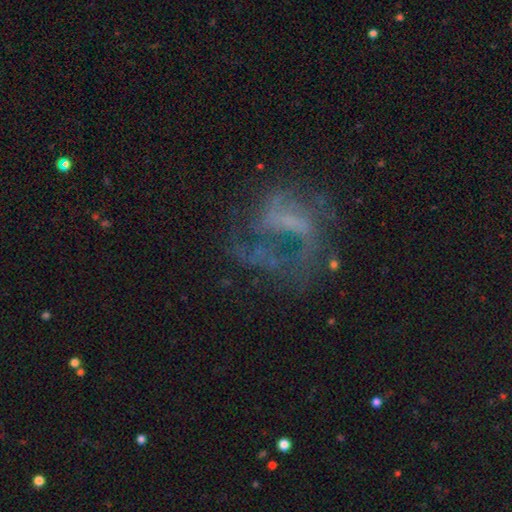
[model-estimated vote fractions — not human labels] This is likely a featured or disk galaxy (72%). It is clearly not viewed edge-on (97%). Bar: marginally no (41%). Spiral arm pattern: likely yes (72%). Central bulge: possibly none (60%). Merging: marginally none (40%, tied with major disturbance).